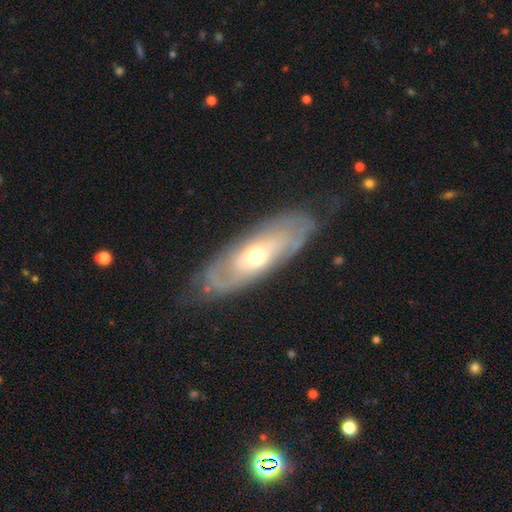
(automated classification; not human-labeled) Smooth or featured: featured or disk — 65% (smooth — 28%)
Edge-on disk: no — 79% (yes — 21%)
Bar: no — 74% (weak — 20%)
Spiral arms: yes — 63% (no — 37%)
Bulge size: moderate — 65% (small — 27%)
Merging: none — 75% (minor disturbance — 17%)